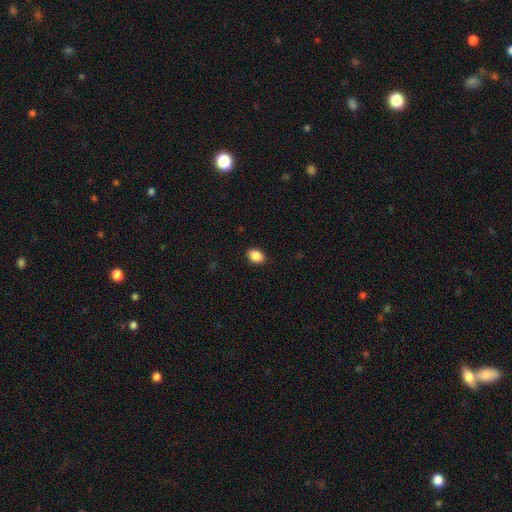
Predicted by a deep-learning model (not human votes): Q: Smooth or featured?
A: smooth (89%); runner-up: star or artifact (8%)
Q: How rounded?
A: in between (78%); runner-up: round (20%)
Q: Merging?
A: none (89%); runner-up: minor disturbance (8%)